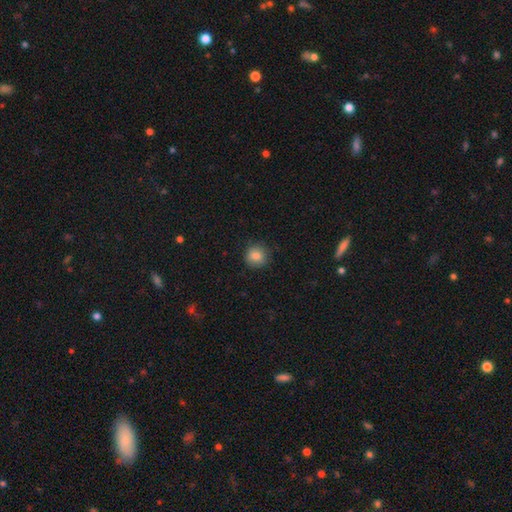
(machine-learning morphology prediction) smooth_or_featured: smooth (p=0.83) [alt: star or artifact p=0.10]
how_rounded: round (p=0.91) [alt: in between p=0.08]
merging: none (p=0.85) [alt: minor disturbance p=0.11]